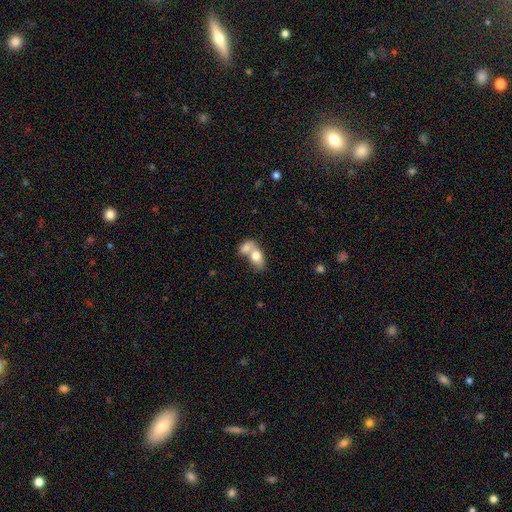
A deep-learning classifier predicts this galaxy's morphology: Smooth or featured: smooth — 75% (featured or disk — 18%)
How rounded: in between — 80% (round — 17%)
Merging: merger — 72% (none — 18%)